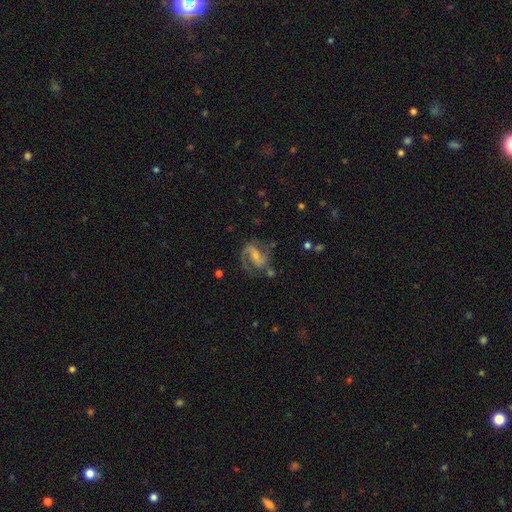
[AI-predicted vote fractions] Smooth or featured?
  - featured or disk: 83% *
  - smooth: 11%
  - star or artifact: 6%
Edge-on disk?
  - no: 97% *
  - yes: 3%
Bar?
  - weak: 44% *
  - no: 29%
  - strong: 27%
Spiral arms?
  - yes: 95% *
  - no: 5%
Spiral winding?
  - medium: 53% *
  - loose: 26%
  - tight: 20%
Spiral arm count?
  - 2: 73% *
  - 1: 19%
  - can't tell: 5%
  - 3: 2%
  - 4: 1%
  - more than 4: 1%
Bulge size?
  - small: 56% *
  - moderate: 31%
  - none: 8%
  - large: 3%
  - dominant: 1%
Merging?
  - none: 58% *
  - minor disturbance: 19%
  - major disturbance: 18%
  - merger: 4%